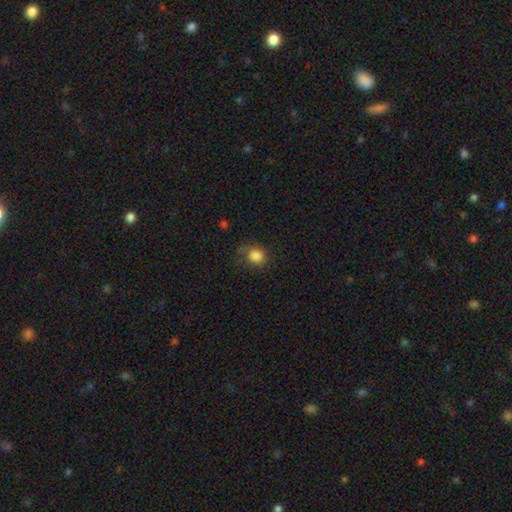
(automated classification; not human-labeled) Morphology: type=smooth (84%); roundness=round (68%); merging=none (56%).